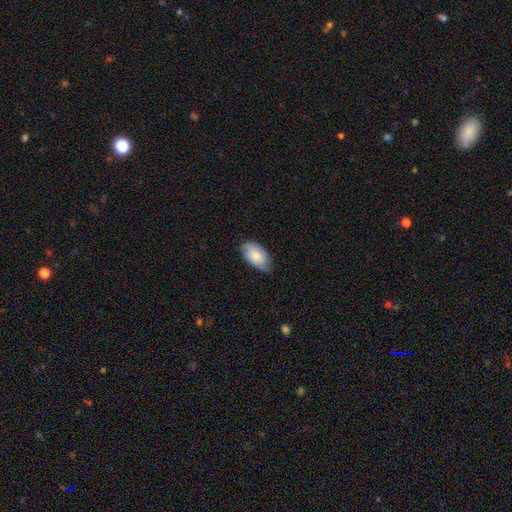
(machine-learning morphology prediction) type=smooth (74%); roundness=in between (94%); merging=none (73%).